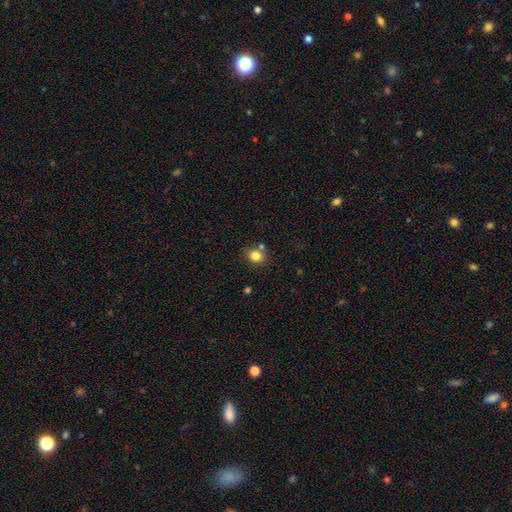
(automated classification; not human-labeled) Smooth or featured? smooth (82%)
How rounded? round (64%)
Merging? none (72%)